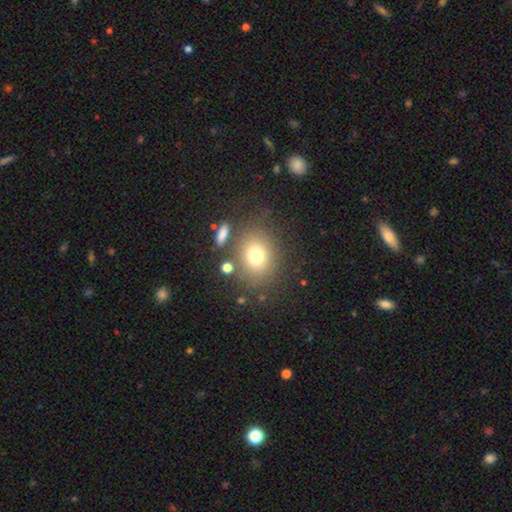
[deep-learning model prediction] smooth_or_featured: smooth (p=0.74) [alt: star or artifact p=0.13]
how_rounded: round (p=0.63) [alt: in between p=0.35]
merging: none (p=0.75) [alt: minor disturbance p=0.11]